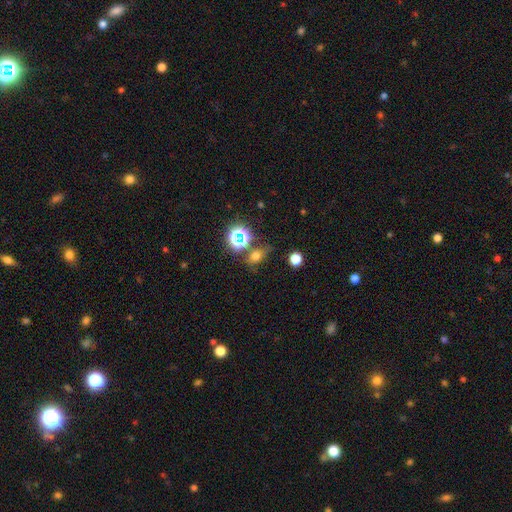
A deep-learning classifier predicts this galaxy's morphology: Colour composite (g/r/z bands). It shows a smooth galaxy with no disk features (59%) that is in between round and cigar-shaped (60%). Merging: none (66%).